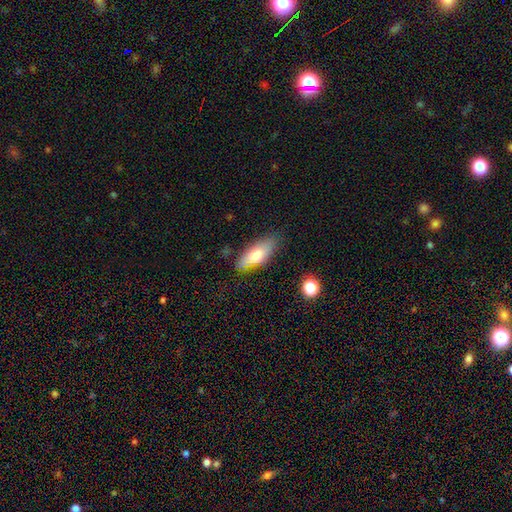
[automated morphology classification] smooth-or-featured: smooth: 69% | featured or disk: 22% | star or artifact: 9%
  how-rounded: in between: 74% | cigar-shaped: 23% | round: 3%
  merging: none: 77% | minor disturbance: 17% | major disturbance: 4% | merger: 2%